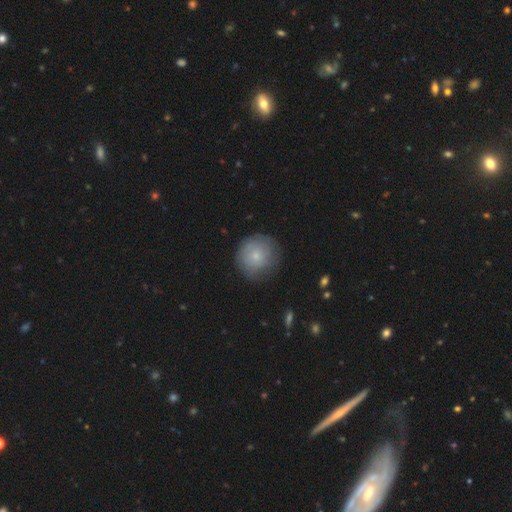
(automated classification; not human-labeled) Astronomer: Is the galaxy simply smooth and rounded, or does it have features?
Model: smooth — 73%.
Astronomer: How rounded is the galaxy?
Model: round — 93%.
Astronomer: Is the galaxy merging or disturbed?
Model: none — 78%.